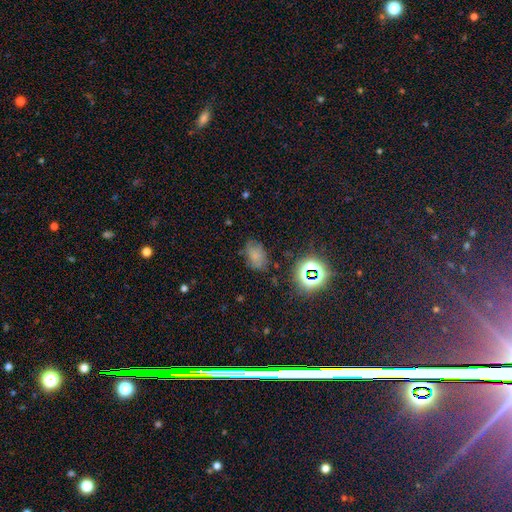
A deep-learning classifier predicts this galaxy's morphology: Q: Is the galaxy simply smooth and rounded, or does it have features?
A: smooth — 62%.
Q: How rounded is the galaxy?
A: in between — 82%.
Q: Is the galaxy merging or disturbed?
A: none — 65%.